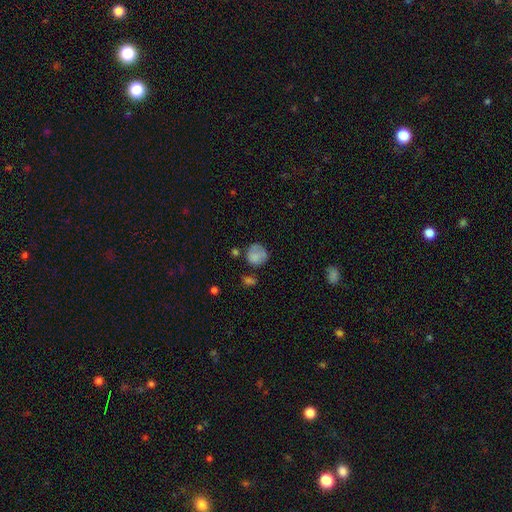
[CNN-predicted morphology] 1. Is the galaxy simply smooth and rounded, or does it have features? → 74% smooth, 16% featured or disk, 10% star or artifact.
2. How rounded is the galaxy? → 80% round, 19% in between, 1% cigar-shaped.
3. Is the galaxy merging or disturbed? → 51% none, 26% minor disturbance, 14% major disturbance, 9% merger.